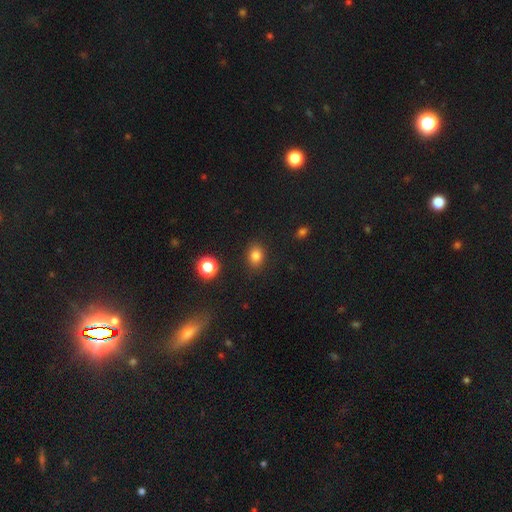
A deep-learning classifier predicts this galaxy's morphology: Smooth or featured: smooth — 81% (star or artifact — 13%)
How rounded: in between — 54% (round — 45%)
Merging: none — 87% (minor disturbance — 9%)